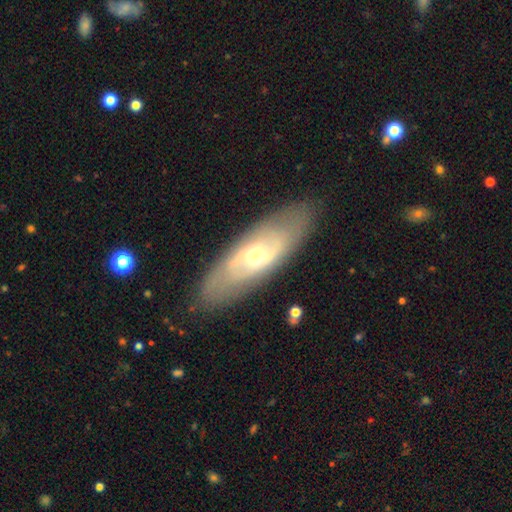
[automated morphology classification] The model was most divided on "bulge size": small: 55%, moderate: 41%, large: 2%, none: 1%, dominant: 1%. More confident: merging — none (85%); edge-on disk — no (83%); spiral arms — yes (70%); smooth or featured — featured or disk (69%); bar — no (53%).